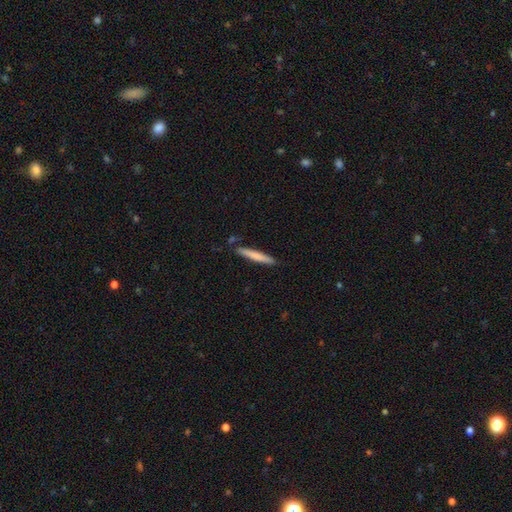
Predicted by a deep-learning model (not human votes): smooth-or-featured: smooth: 74% | featured or disk: 21% | star or artifact: 5%
  how-rounded: cigar-shaped: 95% | in between: 4% | round: 1%
  merging: none: 86% | minor disturbance: 9% | merger: 3% | major disturbance: 2%